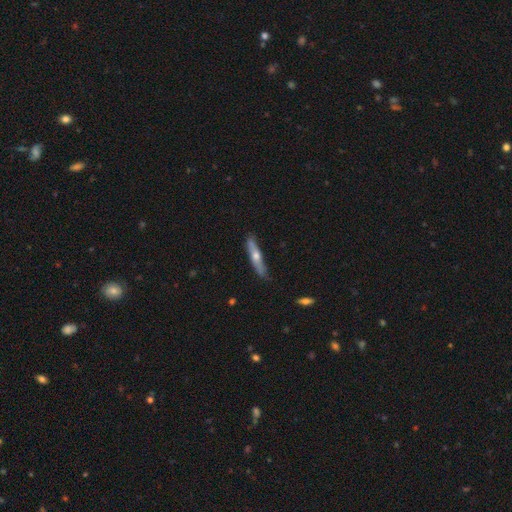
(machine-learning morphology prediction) A featured or disk galaxy (54%) viewed edge-on (89%). Merging: none (83%).